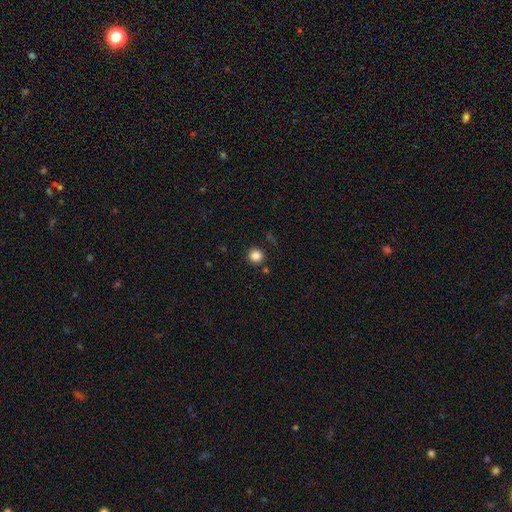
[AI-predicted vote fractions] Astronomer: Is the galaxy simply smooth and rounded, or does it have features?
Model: smooth — 85%.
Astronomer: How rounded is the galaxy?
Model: round — 94%.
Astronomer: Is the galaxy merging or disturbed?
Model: none — 88%.